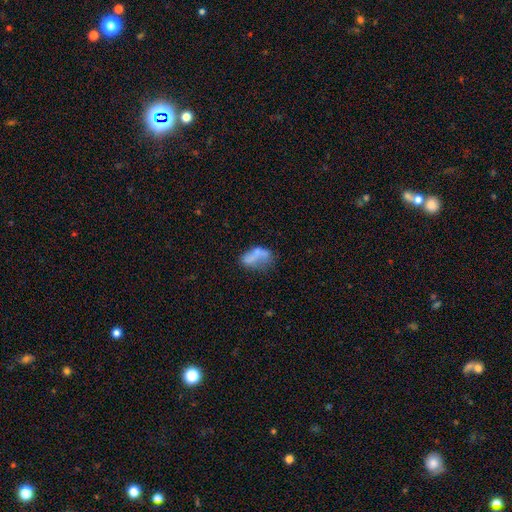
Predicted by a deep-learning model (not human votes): Overall: smooth (56%; featured or disk 33%). How rounded: in between (85%). Merging: none (31%; merger 29%).